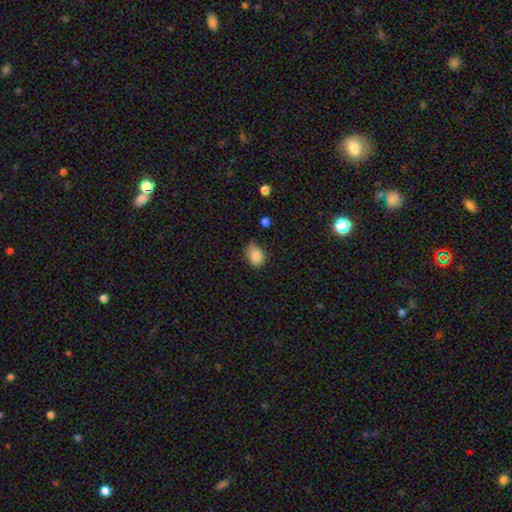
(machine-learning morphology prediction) Smooth or featured? smooth (85%)
How rounded? in between (65%)
Merging? none (54%)